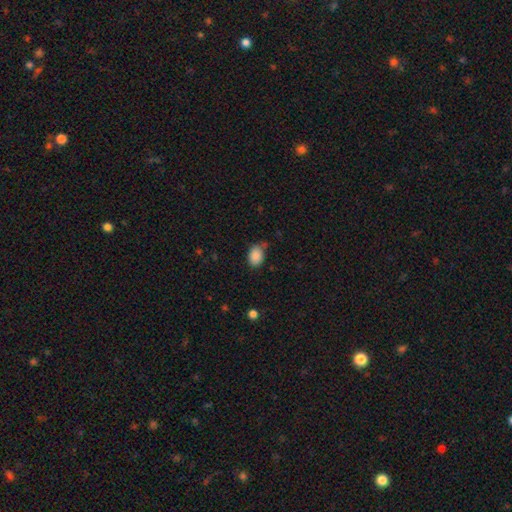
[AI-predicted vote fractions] Smooth or featured: smooth — 88% (star or artifact — 8%)
How rounded: in between — 74% (round — 25%)
Merging: none — 66% (minor disturbance — 24%)